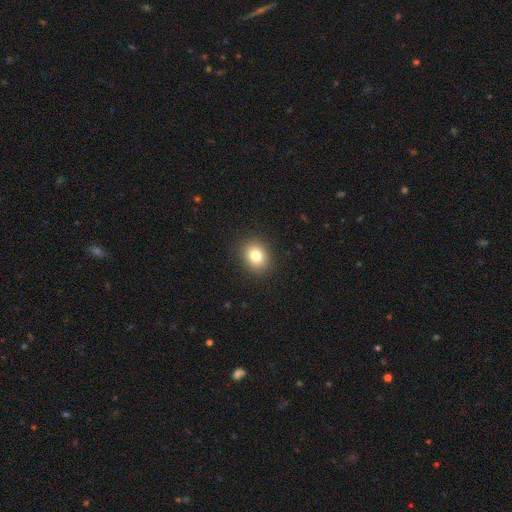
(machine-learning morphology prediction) smooth-or-featured: smooth: 81% | star or artifact: 11% | featured or disk: 8%
  how-rounded: round: 64% | in between: 35% | cigar-shaped: 1%
  merging: none: 90% | minor disturbance: 7% | major disturbance: 2% | merger: 1%